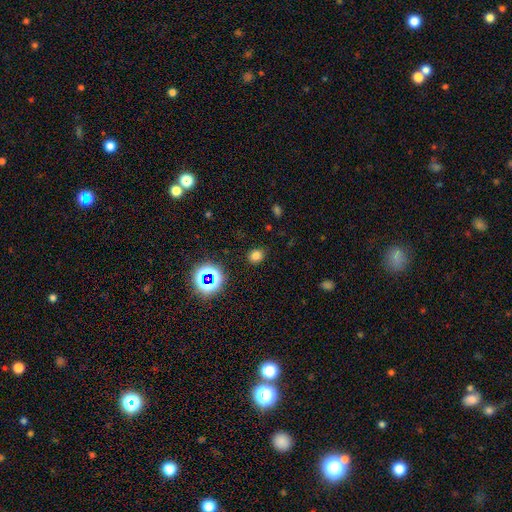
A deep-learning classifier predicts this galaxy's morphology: Overall: smooth (73%). How rounded: round (67%; in between 32%). Merging: none (86%).